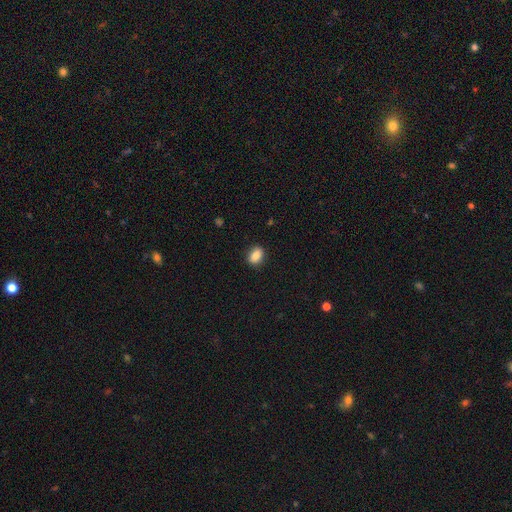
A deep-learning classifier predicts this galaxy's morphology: Smooth or featured?
  - smooth: 87% *
  - star or artifact: 8%
  - featured or disk: 5%
How rounded?
  - in between: 75% *
  - round: 23%
  - cigar-shaped: 2%
Merging?
  - none: 88% *
  - minor disturbance: 9%
  - major disturbance: 2%
  - merger: 1%